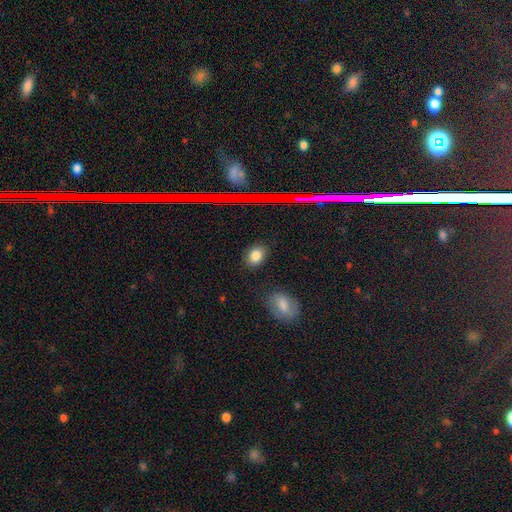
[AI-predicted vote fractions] smooth-or-featured: smooth: 83% | star or artifact: 11% | featured or disk: 6%
  how-rounded: in between: 67% | round: 32% | cigar-shaped: 1%
  merging: none: 85% | minor disturbance: 10% | major disturbance: 3% | merger: 2%